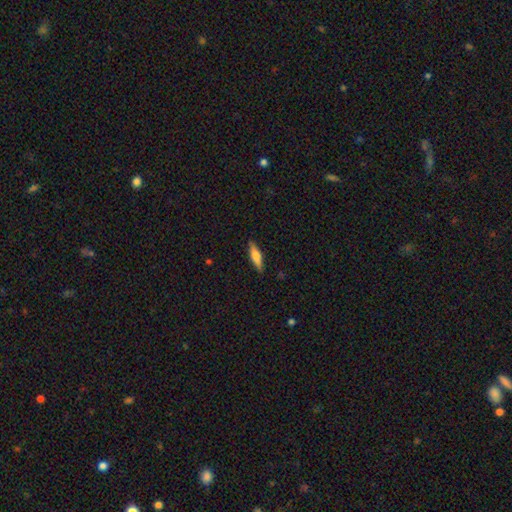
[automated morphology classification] Smooth or featured?
  - smooth: 57% *
  - featured or disk: 37%
  - star or artifact: 6%
How rounded?
  - cigar-shaped: 68% *
  - in between: 30%
  - round: 2%
Merging?
  - none: 88% *
  - minor disturbance: 9%
  - major disturbance: 2%
  - merger: 1%